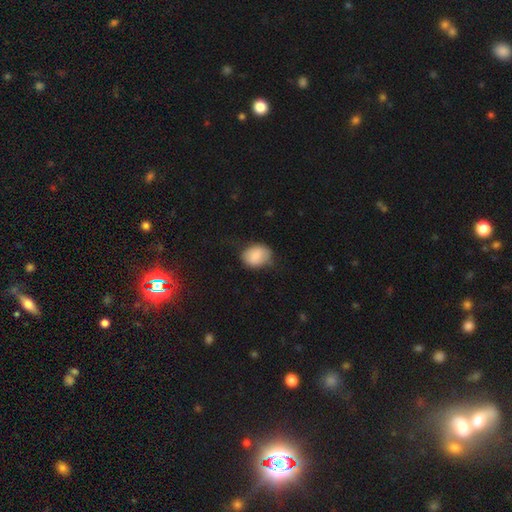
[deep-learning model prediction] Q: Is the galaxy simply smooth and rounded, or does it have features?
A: smooth — 84%.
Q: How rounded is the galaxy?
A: in between — 64%.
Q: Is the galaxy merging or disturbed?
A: none — 65%.